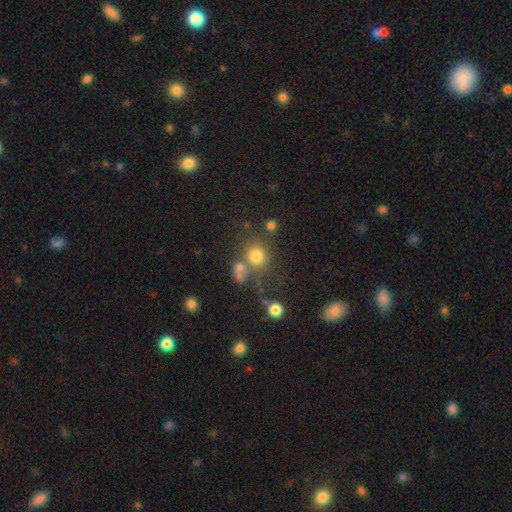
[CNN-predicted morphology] The model was most divided on "merging": none: 61%, merger: 23%, minor disturbance: 11%, major disturbance: 5%. More confident: how rounded — round (84%); smooth or featured — smooth (76%).